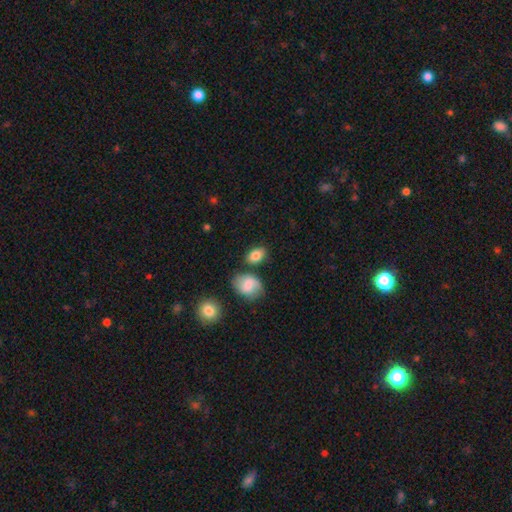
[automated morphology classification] smooth-or-featured: smooth: 83% | featured or disk: 9% | star or artifact: 8%
  how-rounded: in between: 84% | round: 14% | cigar-shaped: 2%
  merging: none: 73% | minor disturbance: 14% | merger: 9% | major disturbance: 4%